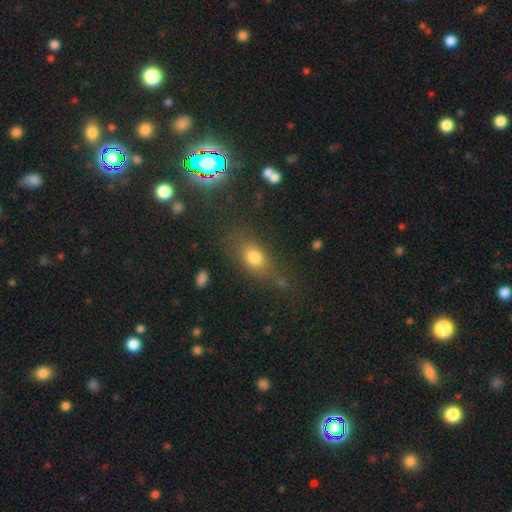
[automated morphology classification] Smooth or featured? Predicted: smooth (p=0.67). How rounded? Predicted: in between (p=0.67). Merging? Predicted: none (p=0.71).